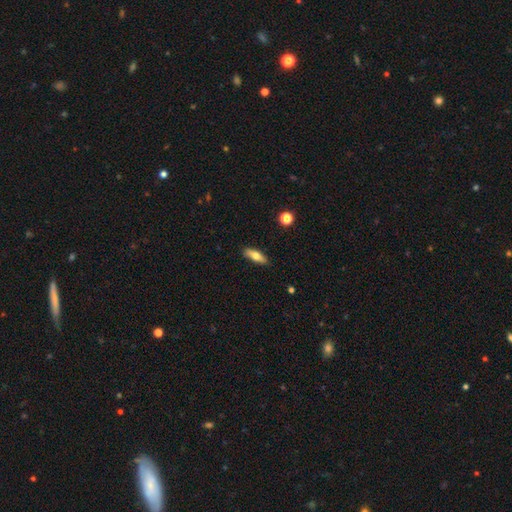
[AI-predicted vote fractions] Q: Smooth or featured?
A: smooth (66%); runner-up: featured or disk (27%)
Q: How rounded?
A: in between (53%); runner-up: cigar-shaped (44%)
Q: Merging?
A: none (86%); runner-up: minor disturbance (10%)